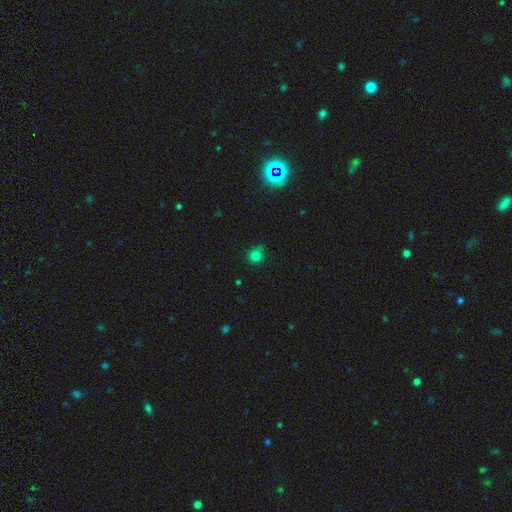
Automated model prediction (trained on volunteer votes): smooth-or-featured: smooth: 79% | star or artifact: 15% | featured or disk: 6%
  how-rounded: round: 87% | in between: 11% | cigar-shaped: 1%
  merging: none: 67% | minor disturbance: 25% | major disturbance: 5% | merger: 2%